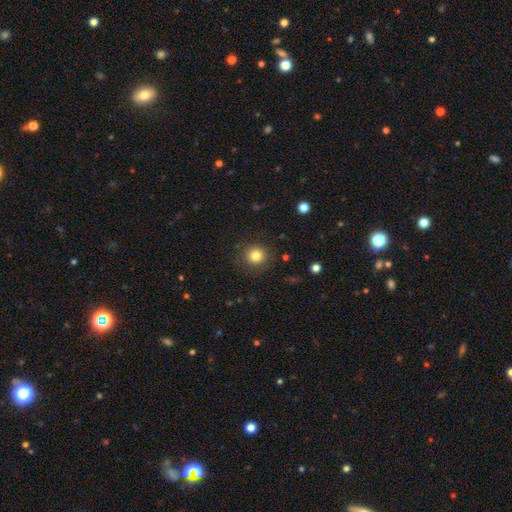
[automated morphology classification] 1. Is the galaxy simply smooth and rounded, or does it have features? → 82% smooth, 11% star or artifact, 7% featured or disk.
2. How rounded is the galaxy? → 93% round, 6% in between, 1% cigar-shaped.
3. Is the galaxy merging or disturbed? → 89% none, 7% minor disturbance, 3% major disturbance, 1% merger.